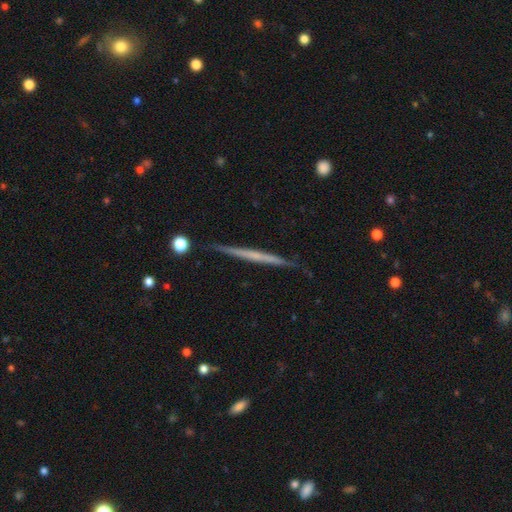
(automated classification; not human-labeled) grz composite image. It shows a featured or disk galaxy (65%) viewed edge-on (98%) with no central bulge (80%). Merging: none (89%).